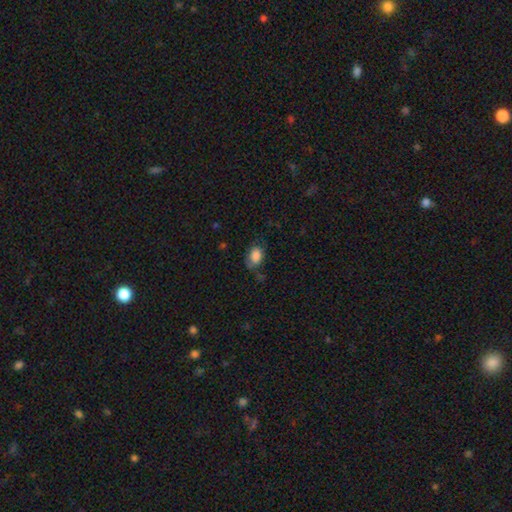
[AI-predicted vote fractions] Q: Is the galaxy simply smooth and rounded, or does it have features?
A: smooth — 83%.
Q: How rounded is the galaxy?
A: in between — 82%.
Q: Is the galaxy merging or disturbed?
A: none — 58%.